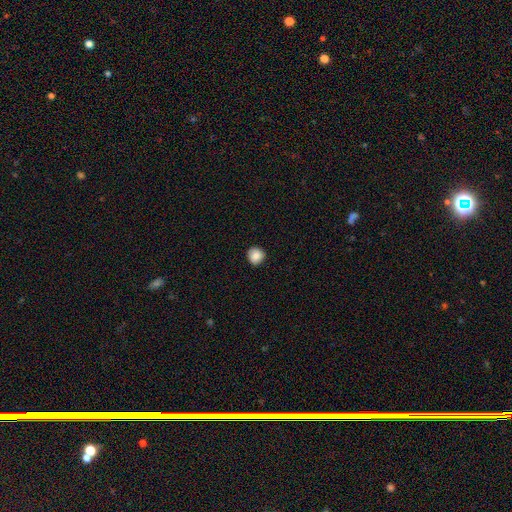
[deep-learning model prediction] smooth-or-featured: smooth: 86% | star or artifact: 8% | featured or disk: 5%
  how-rounded: round: 90% | in between: 9% | cigar-shaped: 1%
  merging: none: 88% | minor disturbance: 9% | major disturbance: 2% | merger: 1%